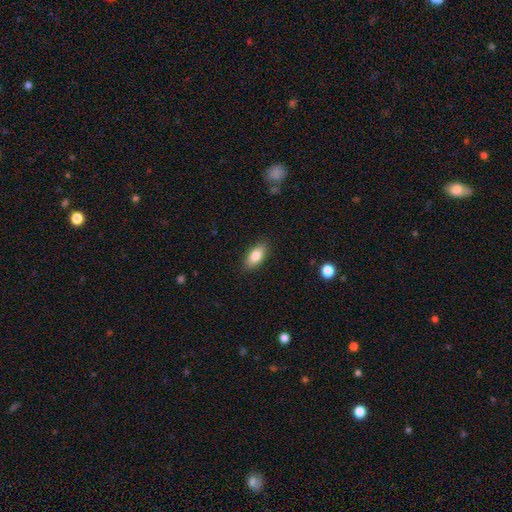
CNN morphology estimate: smooth 83%, featured or disk 10%, star or artifact 7%. Down the decision tree: how rounded — in between (88%); merging — none (88%).